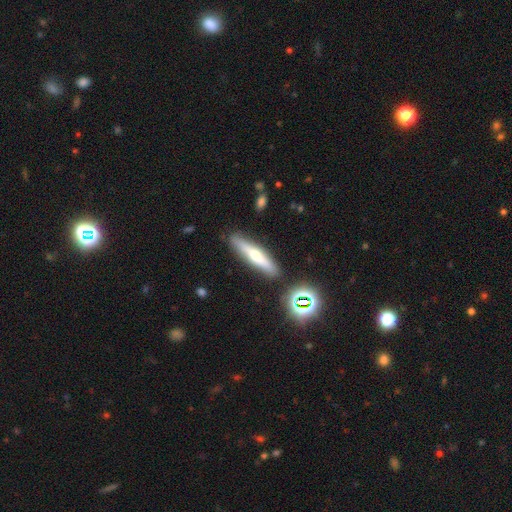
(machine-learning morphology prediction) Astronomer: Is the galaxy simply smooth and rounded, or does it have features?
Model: featured or disk — 47% (runner-up: smooth, 45%).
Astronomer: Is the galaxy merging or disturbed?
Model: none — 86%.